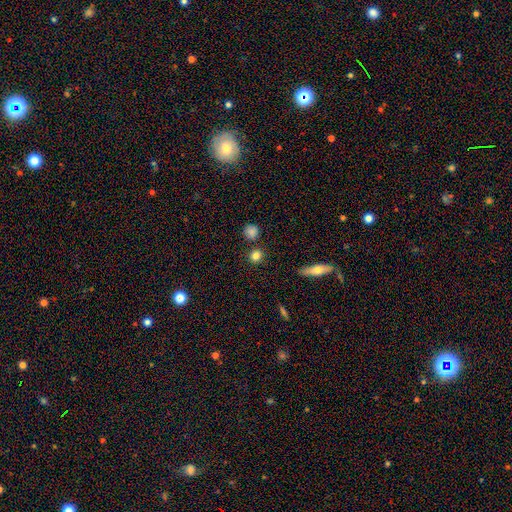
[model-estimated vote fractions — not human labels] smooth 82%, star or artifact 11%, featured or disk 7%. Down the decision tree: how rounded — round (86%); merging — none (83%).